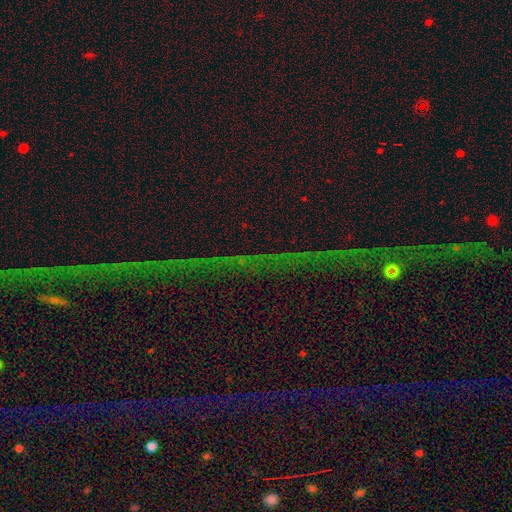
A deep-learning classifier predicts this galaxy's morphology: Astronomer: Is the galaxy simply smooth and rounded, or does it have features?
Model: star or artifact — 77%.